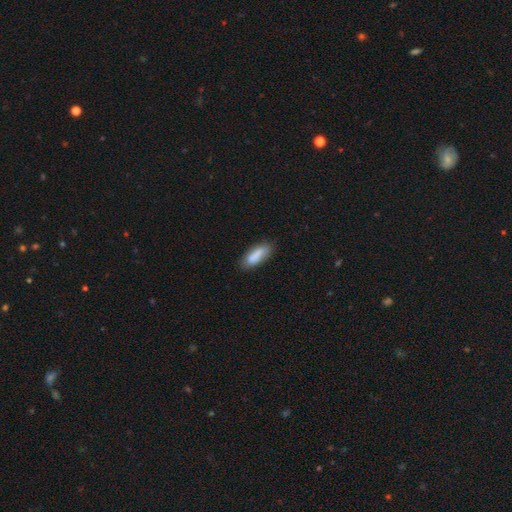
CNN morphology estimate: type=smooth (84%); roundness=in between (65%); merging=none (75%).